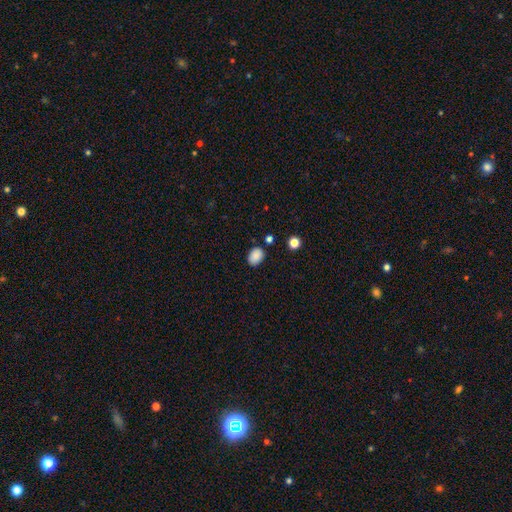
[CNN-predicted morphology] The model was most divided on "how rounded": in between: 76%, round: 23%, cigar-shaped: 1%. More confident: smooth or featured — smooth (88%); merging — none (82%).